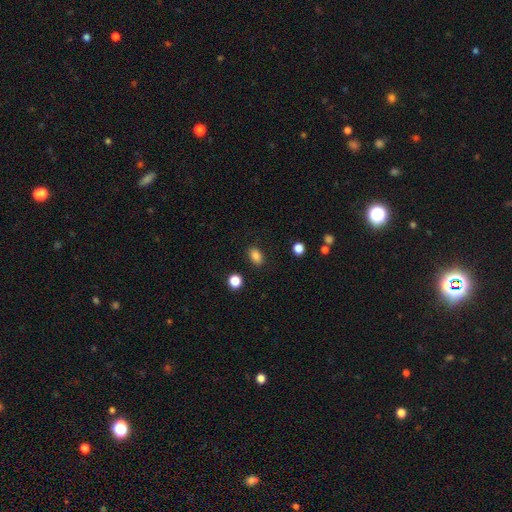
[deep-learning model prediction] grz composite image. It shows a smooth galaxy with no disk features (86%) that is in between round and cigar-shaped (81%). Merging: none (87%).